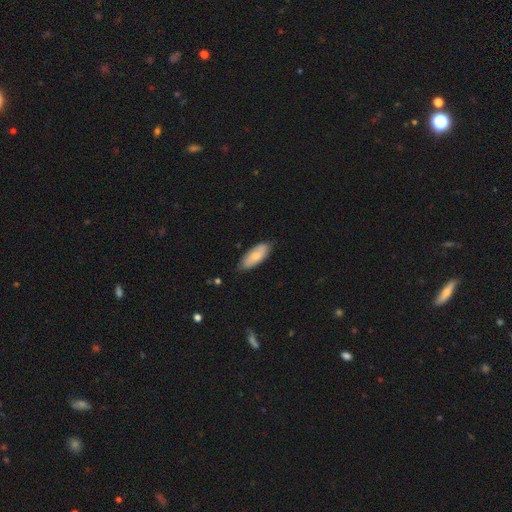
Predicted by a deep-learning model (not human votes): smooth 69%, featured or disk 25%, star or artifact 6%. Down the decision tree: how rounded — in between (81%); merging — none (77%).